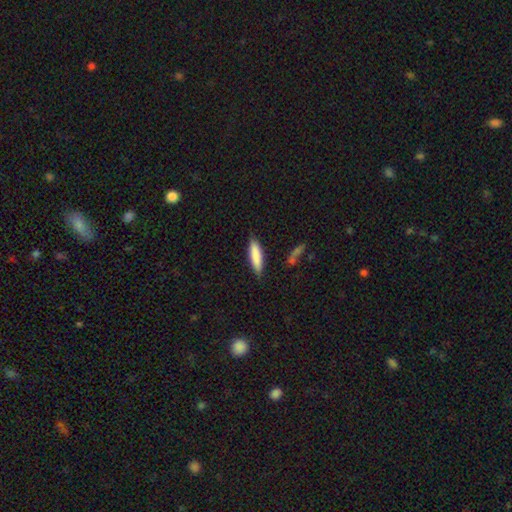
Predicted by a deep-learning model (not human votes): A smooth galaxy with no disk features (83%) that is cigar-shaped (69%).

Vote fractions:
- Smooth or featured? smooth: 83% / featured or disk: 11% / star or artifact: 6%
- How rounded? cigar-shaped: 69% / in between: 29% / round: 1%
- Merging? none: 83% / minor disturbance: 12% / major disturbance: 2% / merger: 2%